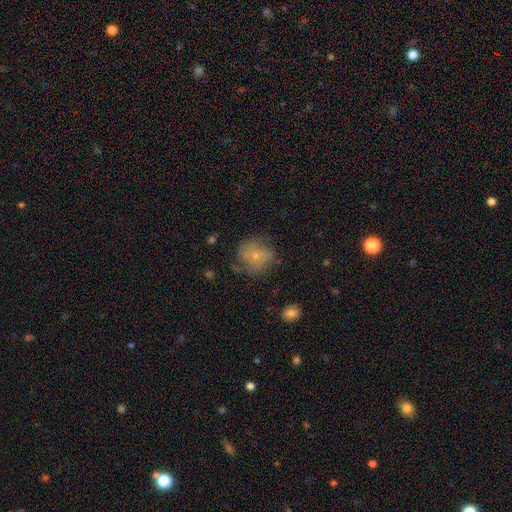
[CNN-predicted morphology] A smooth galaxy with no disk features (51%) that is round (82%).

Vote fractions:
- Smooth or featured? smooth: 51% / featured or disk: 39% / star or artifact: 11%
- How rounded? round: 82% / in between: 17% / cigar-shaped: 1%
- Merging? none: 64% / minor disturbance: 22% / major disturbance: 11% / merger: 2%